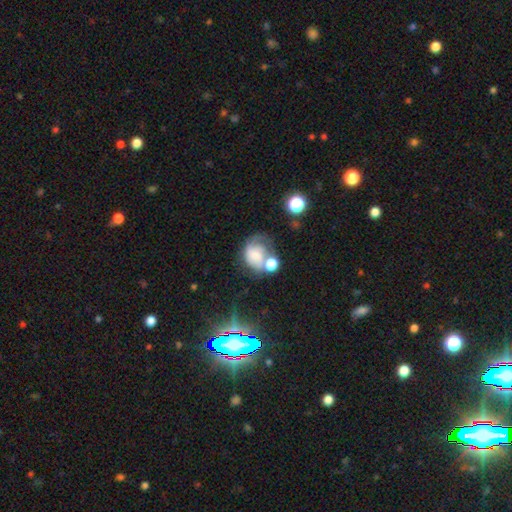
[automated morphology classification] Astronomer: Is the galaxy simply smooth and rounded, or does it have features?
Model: smooth — 47% (runner-up: featured or disk, 40%).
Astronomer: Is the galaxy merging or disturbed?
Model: merger — 31% (runner-up: none, 27%).